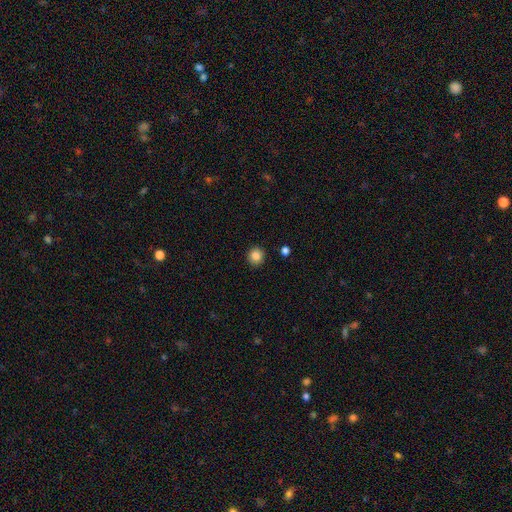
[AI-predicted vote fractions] Smooth or featured? smooth (85%)
How rounded? round (92%)
Merging? none (92%)